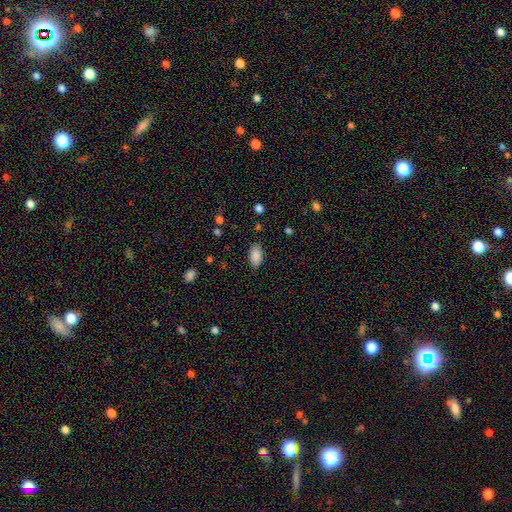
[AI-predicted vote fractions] A smooth galaxy with no disk features (88%) that is in between round and cigar-shaped (94%). Merging: none (86%).